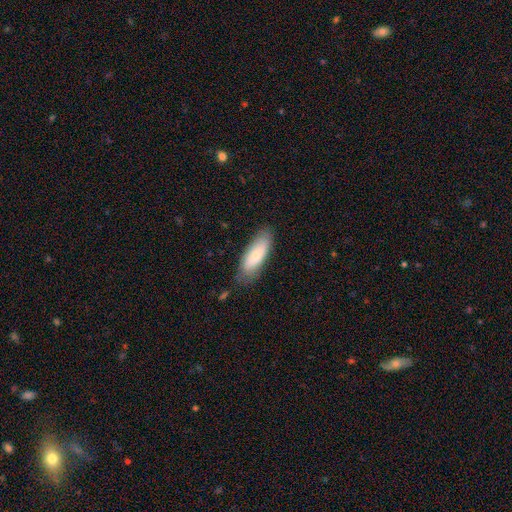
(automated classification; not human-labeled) Smooth or featured: smooth — 72% (featured or disk — 21%)
How rounded: in between — 72% (cigar-shaped — 26%)
Merging: none — 77% (minor disturbance — 18%)